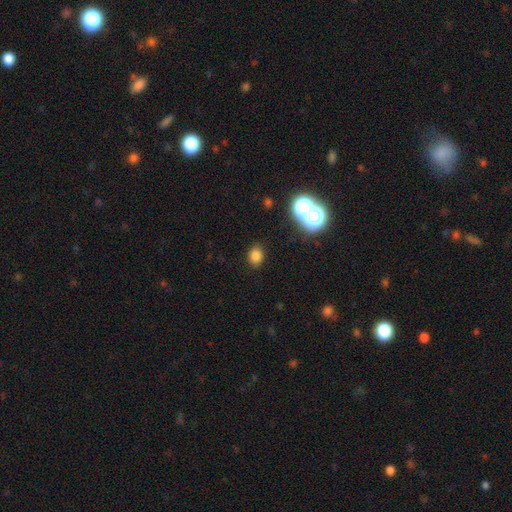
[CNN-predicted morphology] Q: Smooth or featured?
A: smooth (77%); runner-up: star or artifact (17%)
Q: How rounded?
A: in between (60%); runner-up: round (39%)
Q: Merging?
A: none (85%); runner-up: minor disturbance (9%)